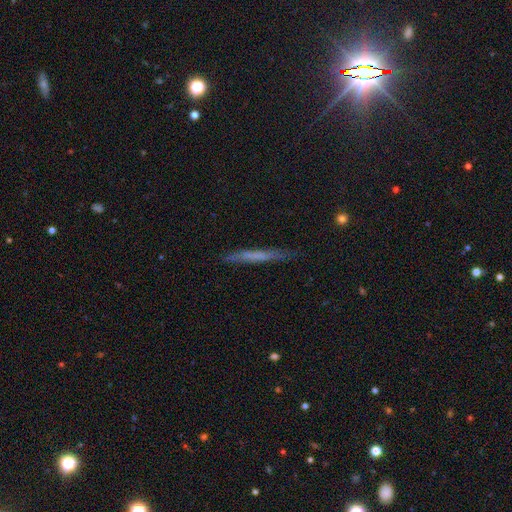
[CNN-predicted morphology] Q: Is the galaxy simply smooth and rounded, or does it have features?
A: smooth — 52%.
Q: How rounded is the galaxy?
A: cigar-shaped — 96%.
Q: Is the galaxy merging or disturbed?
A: none — 85%.